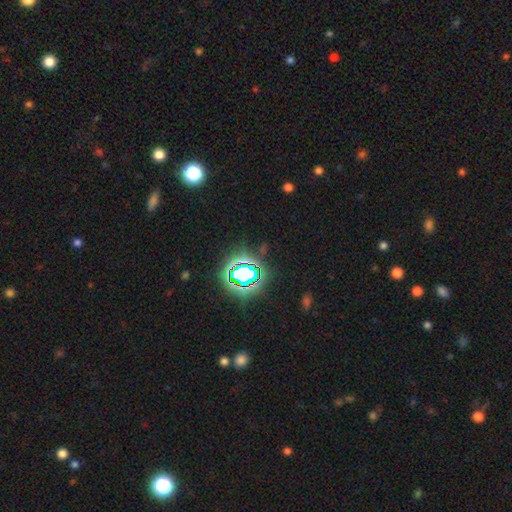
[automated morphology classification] Smooth or featured: star or artifact — 82% (smooth — 12%)